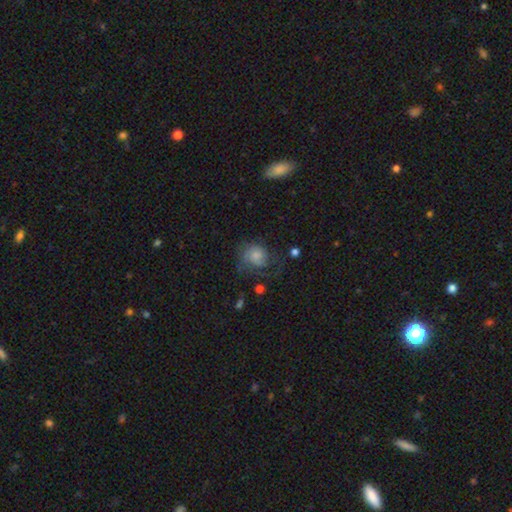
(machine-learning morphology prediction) Smooth or featured?
  - smooth: 58% *
  - featured or disk: 32%
  - star or artifact: 10%
How rounded?
  - round: 67% *
  - in between: 33%
  - cigar-shaped: 1%
Merging?
  - none: 41% *
  - major disturbance: 32%
  - minor disturbance: 24%
  - merger: 3%